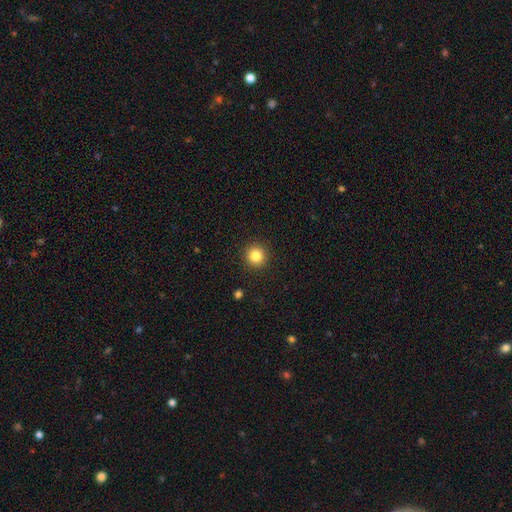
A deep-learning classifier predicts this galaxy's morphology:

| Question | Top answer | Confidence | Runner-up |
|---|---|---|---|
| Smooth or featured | smooth | 84% | star or artifact (11%) |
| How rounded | round | 95% | in between (4%) |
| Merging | none | 92% | minor disturbance (5%) |